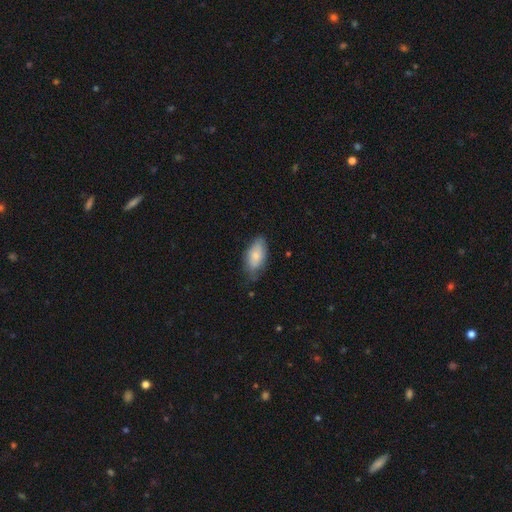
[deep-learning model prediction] Smooth or featured?
  - smooth: 78% *
  - featured or disk: 16%
  - star or artifact: 6%
How rounded?
  - in between: 91% *
  - cigar-shaped: 6%
  - round: 3%
Merging?
  - none: 67% *
  - minor disturbance: 27%
  - major disturbance: 5%
  - merger: 1%